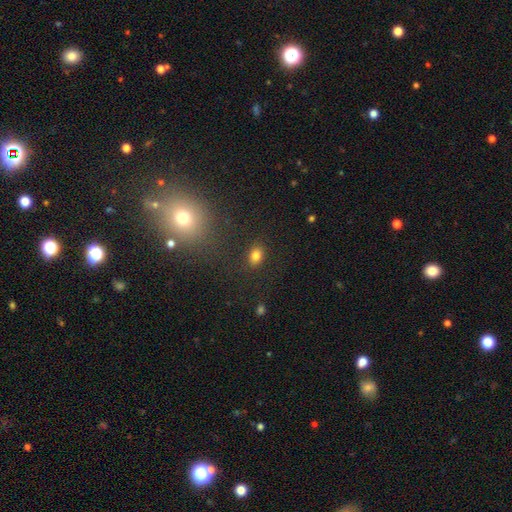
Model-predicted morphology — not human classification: A smooth galaxy with no disk features (80%) that is in between round and cigar-shaped (75%).

Vote fractions:
- Smooth or featured? smooth: 80% / star or artifact: 12% / featured or disk: 7%
- How rounded? in between: 75% / round: 23% / cigar-shaped: 2%
- Merging? none: 85% / minor disturbance: 10% / major disturbance: 3% / merger: 2%